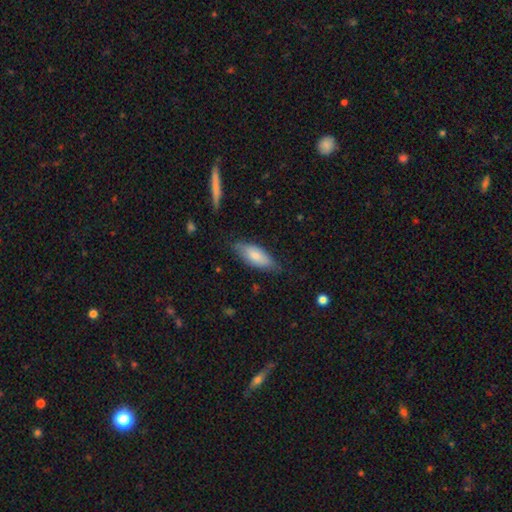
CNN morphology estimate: smooth_or_featured: smooth (p=0.76) [alt: featured or disk p=0.19]
how_rounded: in between (p=0.75) [alt: cigar-shaped p=0.23]
merging: none (p=0.73) [alt: minor disturbance p=0.22]